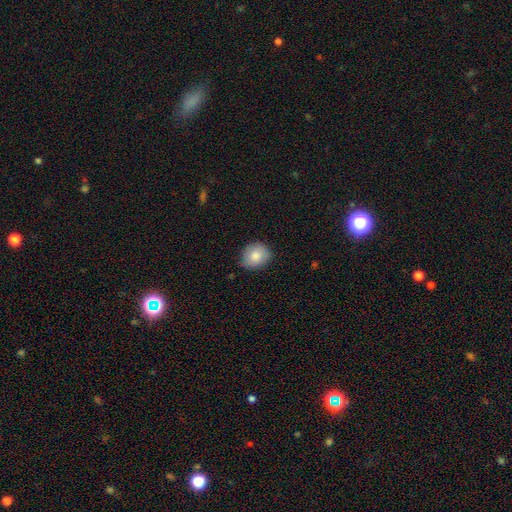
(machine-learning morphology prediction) Smooth or featured?
  - smooth: 83% *
  - featured or disk: 9%
  - star or artifact: 7%
How rounded?
  - round: 71% *
  - in between: 28%
  - cigar-shaped: 1%
Merging?
  - none: 76% *
  - minor disturbance: 20%
  - major disturbance: 3%
  - merger: 1%